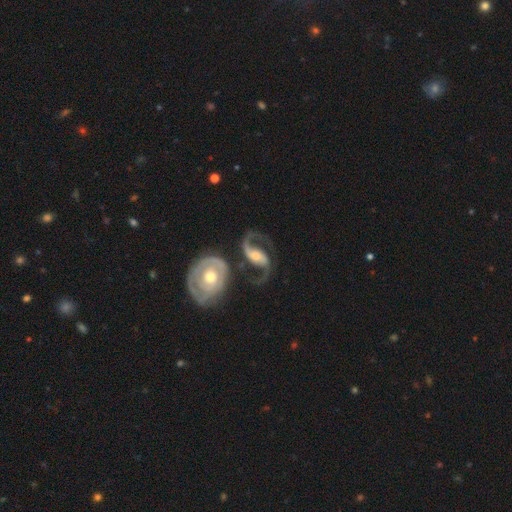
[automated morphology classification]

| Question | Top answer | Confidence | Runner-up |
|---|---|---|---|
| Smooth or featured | featured or disk | 89% | smooth (6%) |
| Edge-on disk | no | 97% | yes (3%) |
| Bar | weak | 39% | strong (31%) |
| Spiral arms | yes | 96% | no (4%) |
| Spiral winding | loose | 58% | medium (34%) |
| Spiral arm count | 2 | 90% | 1 (5%) |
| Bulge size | moderate | 53% | small (29%) |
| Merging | none | 53% | major disturbance (16%) |